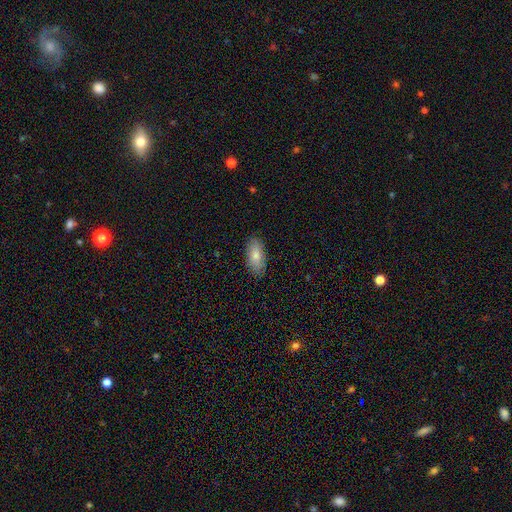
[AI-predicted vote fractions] Morphology: type=smooth (80%); roundness=in between (90%); merging=none (86%).